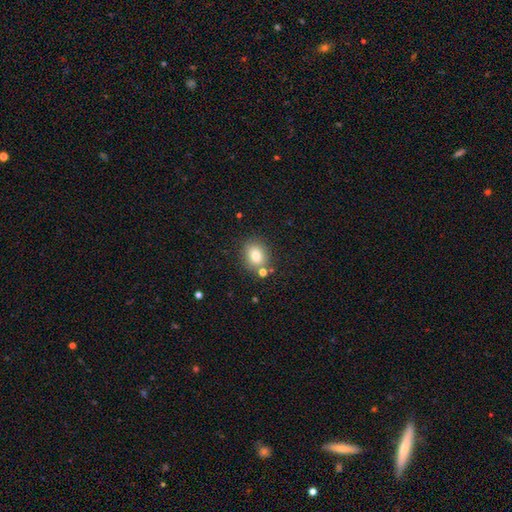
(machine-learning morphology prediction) smooth 80%, star or artifact 11%, featured or disk 9%. Down the decision tree: how rounded — round (55%); merging — none (76%).